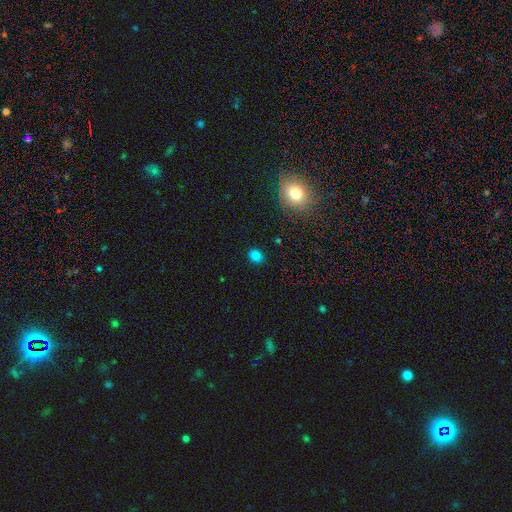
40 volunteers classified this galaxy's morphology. This appears to be a smooth galaxy with no disk features (90%) that is round (53%). Merging: none (95%).